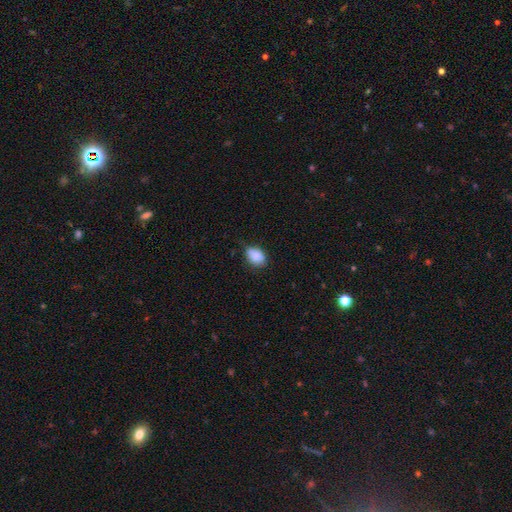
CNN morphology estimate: Smooth or featured?
  - smooth: 87% *
  - star or artifact: 8%
  - featured or disk: 5%
How rounded?
  - in between: 77% *
  - round: 22%
  - cigar-shaped: 1%
Merging?
  - none: 62% *
  - minor disturbance: 31%
  - major disturbance: 5%
  - merger: 2%